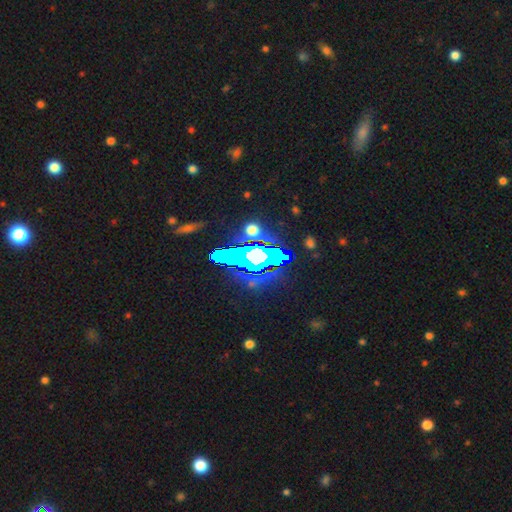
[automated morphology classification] Smooth or featured? star or artifact (55%)